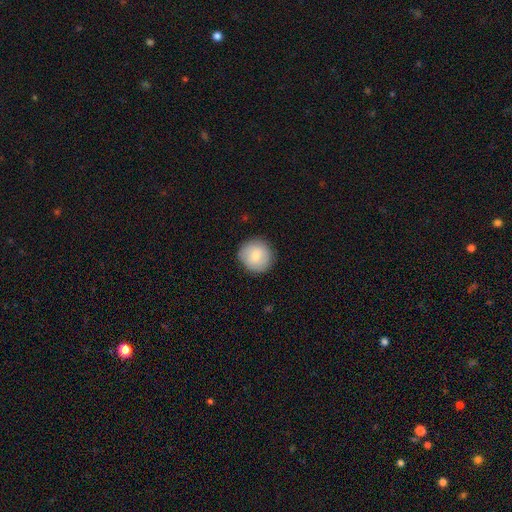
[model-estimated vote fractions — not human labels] A smooth galaxy with no disk features (78%) that is round (93%). Merging: none (89%).